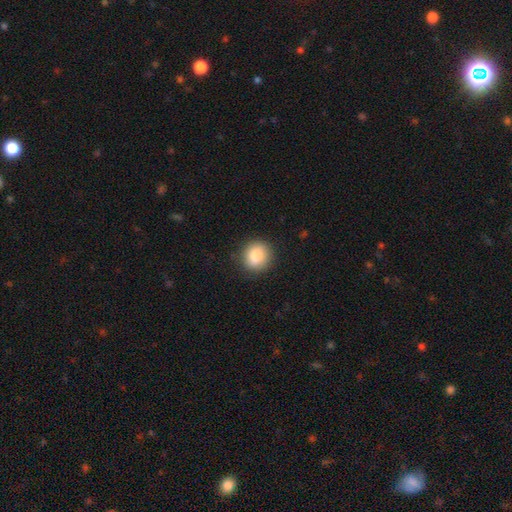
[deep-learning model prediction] smooth_or_featured: smooth (p=0.87) [alt: star or artifact p=0.08]
how_rounded: round (p=0.83) [alt: in between p=0.16]
merging: none (p=0.87) [alt: minor disturbance p=0.10]